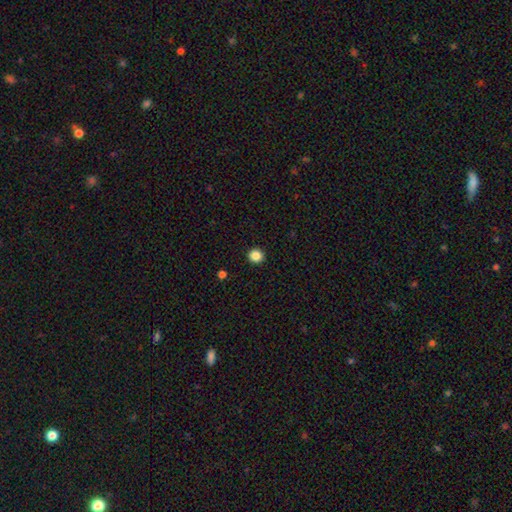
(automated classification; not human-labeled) smooth 86%, star or artifact 11%, featured or disk 3%. Down the decision tree: how rounded — round (92%); merging — none (93%).